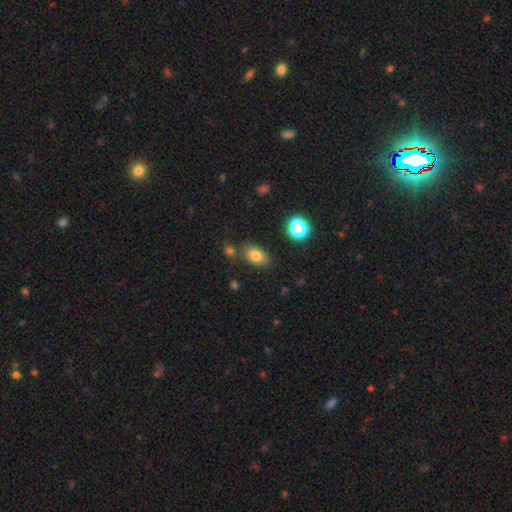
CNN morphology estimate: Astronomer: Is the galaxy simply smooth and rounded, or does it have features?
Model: smooth — 79%.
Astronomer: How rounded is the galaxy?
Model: in between — 84%.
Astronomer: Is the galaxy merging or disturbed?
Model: none — 75%.